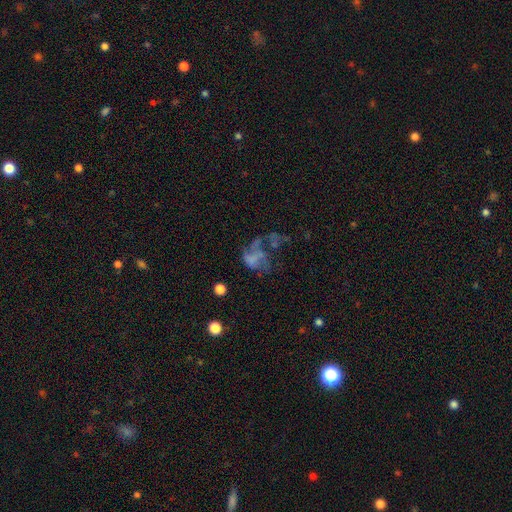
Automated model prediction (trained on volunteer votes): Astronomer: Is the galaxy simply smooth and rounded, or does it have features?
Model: featured or disk — 50% (runner-up: smooth, 31%).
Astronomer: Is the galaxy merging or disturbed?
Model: major disturbance — 48% (runner-up: none, 27%).